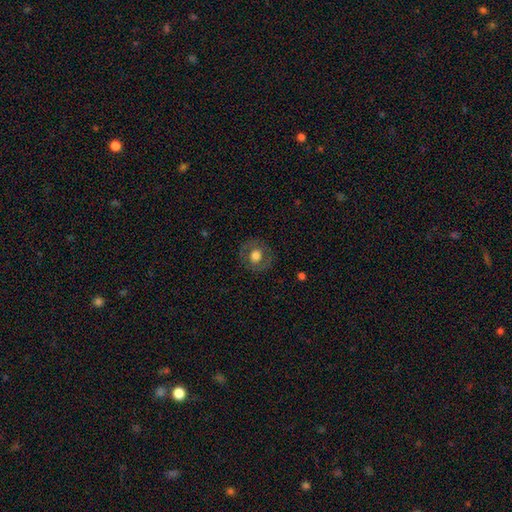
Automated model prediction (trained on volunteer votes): The model was most divided on "smooth or featured": smooth: 60%, featured or disk: 31%, star or artifact: 9%. More confident: merging — none (82%); how rounded — round (80%).